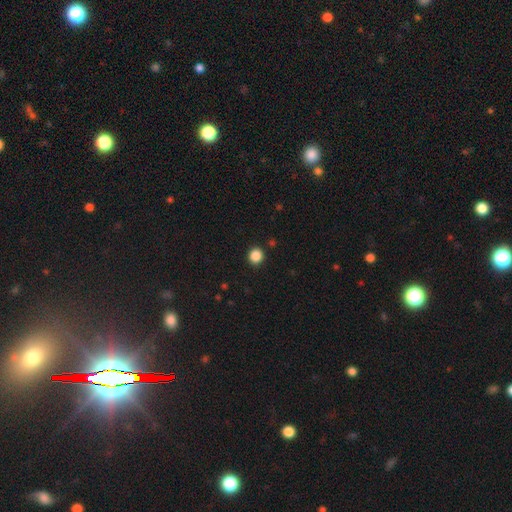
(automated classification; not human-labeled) smooth_or_featured: smooth (p=0.86) [alt: star or artifact p=0.11]
how_rounded: round (p=0.90) [alt: in between p=0.09]
merging: none (p=0.92) [alt: minor disturbance p=0.05]